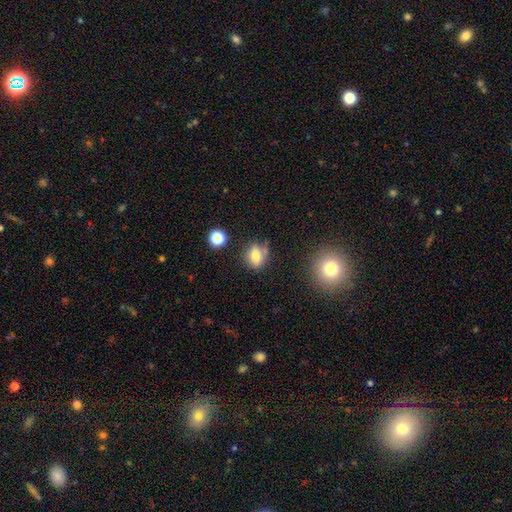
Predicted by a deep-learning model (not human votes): Smooth or featured? Predicted: smooth (p=0.74). How rounded? Predicted: in between (p=0.58). Merging? Predicted: none (p=0.66).